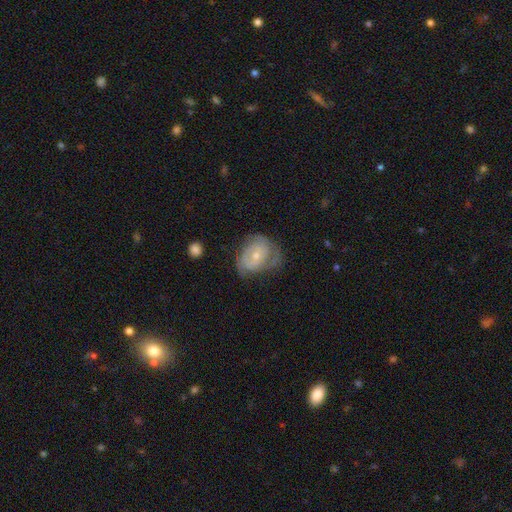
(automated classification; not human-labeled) smooth-or-featured: featured or disk: 65% | smooth: 29% | star or artifact: 6%
  disk-edge-on: no: 97% | yes: 3%
    bar: no: 66% | weak: 28% | strong: 6%
    has-spiral-arms: yes: 76% | no: 24%
    bulge-size: small: 57% | moderate: 39% | large: 2% | none: 2% | dominant: 1%
  merging: none: 47% | minor disturbance: 30% | major disturbance: 22% | merger: 2%